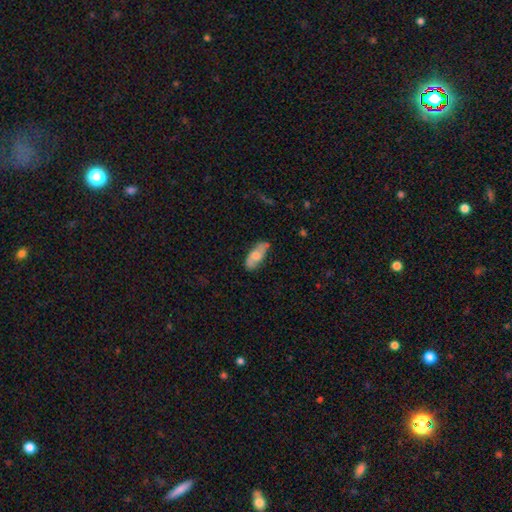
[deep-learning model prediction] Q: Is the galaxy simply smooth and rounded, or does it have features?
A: smooth — 58%.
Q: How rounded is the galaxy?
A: in between — 81%.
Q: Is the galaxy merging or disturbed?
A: none — 72%.